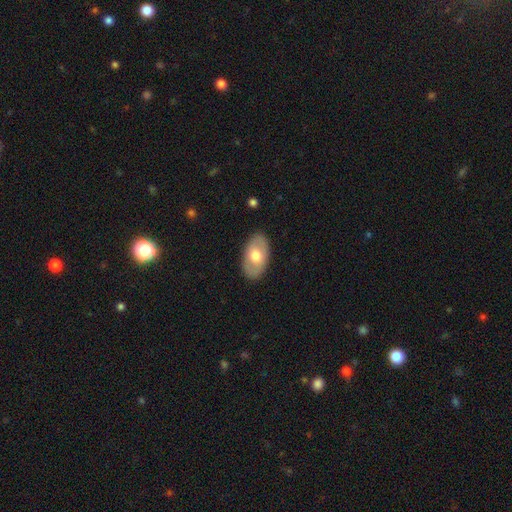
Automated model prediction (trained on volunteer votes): Q: Smooth or featured?
A: smooth (60%); runner-up: featured or disk (35%)
Q: How rounded?
A: in between (92%); runner-up: round (6%)
Q: Merging?
A: none (86%); runner-up: minor disturbance (10%)